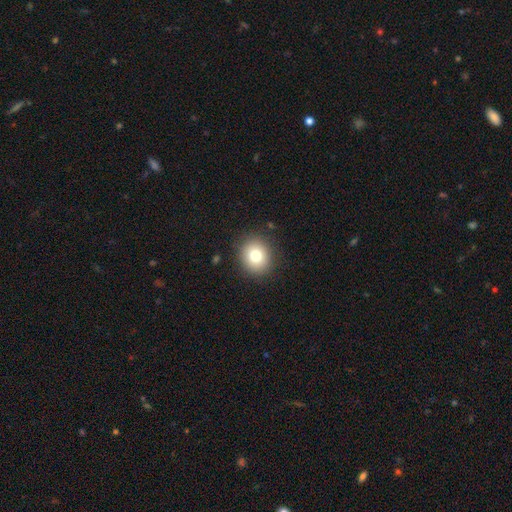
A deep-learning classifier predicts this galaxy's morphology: The model was most divided on "how rounded": round: 79%, in between: 20%, cigar-shaped: 1%. More confident: merging — none (88%); smooth or featured — smooth (78%).